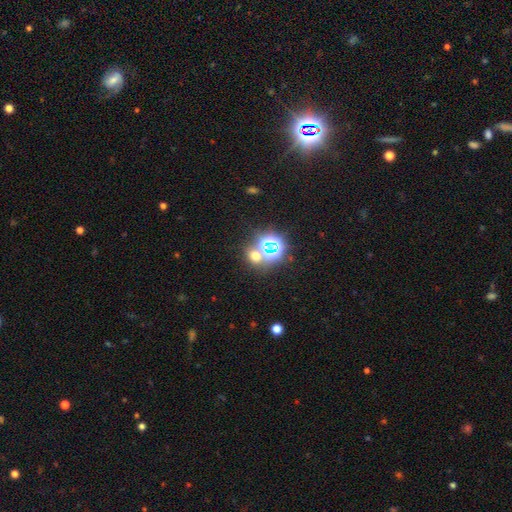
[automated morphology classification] A star or artifact, not a galaxy (46%).